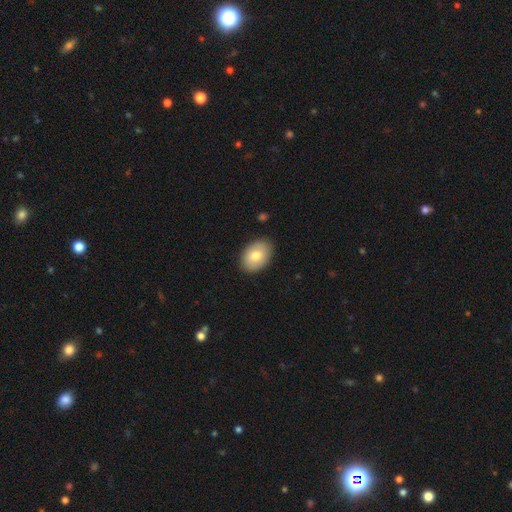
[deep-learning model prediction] A smooth galaxy with no disk features (77%) that is in between round and cigar-shaped (83%). Merging: none (87%).